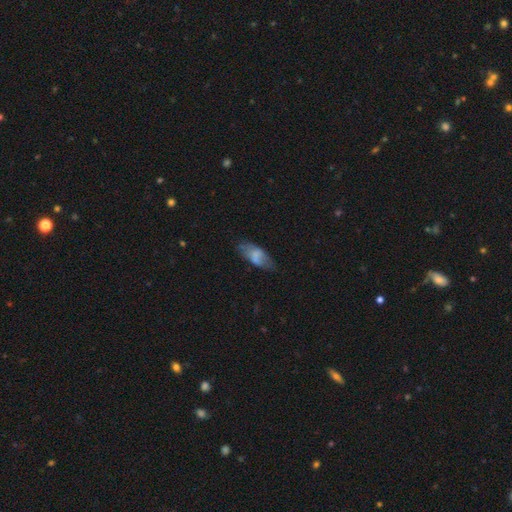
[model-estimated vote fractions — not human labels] Smooth or featured? smooth (67%)
How rounded? in between (85%)
Merging? none (62%)